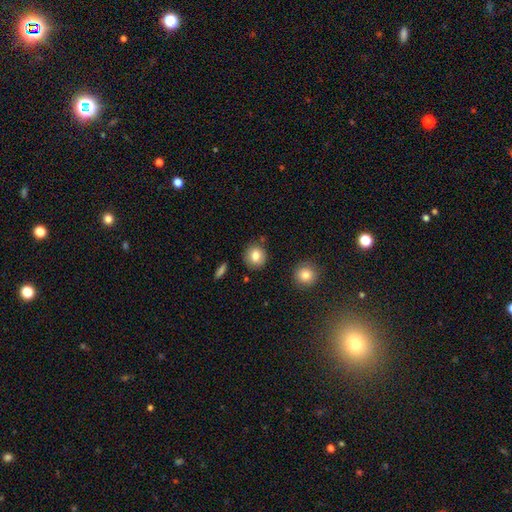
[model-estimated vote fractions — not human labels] Morphology: type=smooth (81%); roundness=round (87%); merging=none (85%).